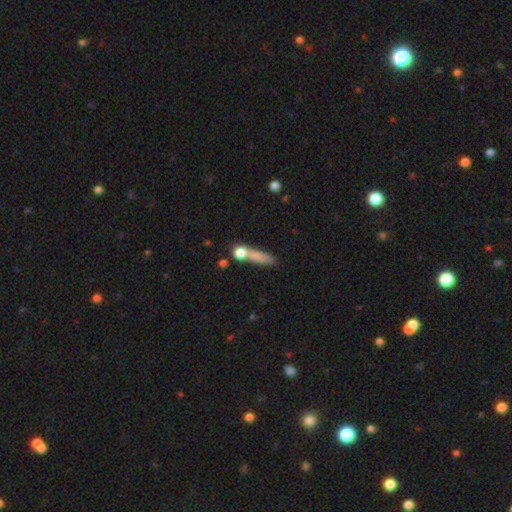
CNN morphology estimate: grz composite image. It shows a smooth galaxy with no disk features (69%) that is cigar-shaped (64%). Merging: none (45%).